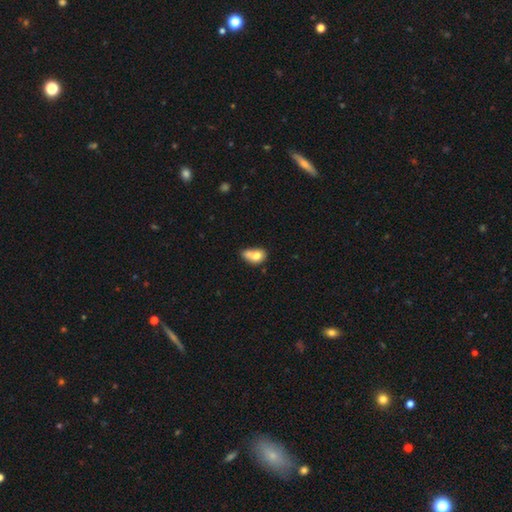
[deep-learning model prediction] smooth-or-featured: smooth: 71% | featured or disk: 20% | star or artifact: 9%
  how-rounded: in between: 72% | round: 25% | cigar-shaped: 3%
  merging: merger: 45% | none: 23% | minor disturbance: 20% | major disturbance: 12%